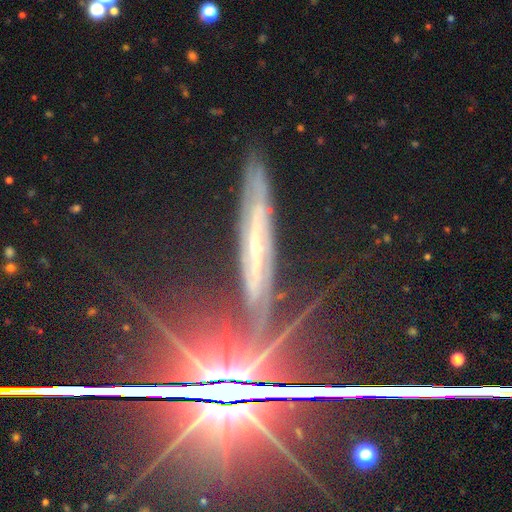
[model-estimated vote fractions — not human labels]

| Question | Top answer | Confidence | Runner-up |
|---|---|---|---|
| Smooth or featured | featured or disk | 46% | star or artifact (37%) |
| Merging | none | 79% | minor disturbance (14%) |